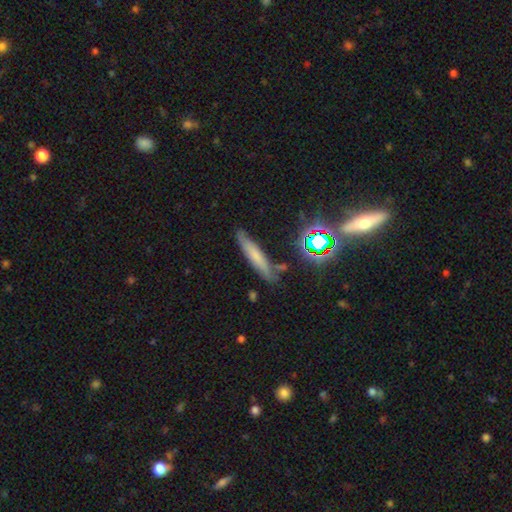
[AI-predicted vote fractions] Overall: smooth (58%; featured or disk 25%). How rounded: cigar-shaped (86%). Merging: none (80%).